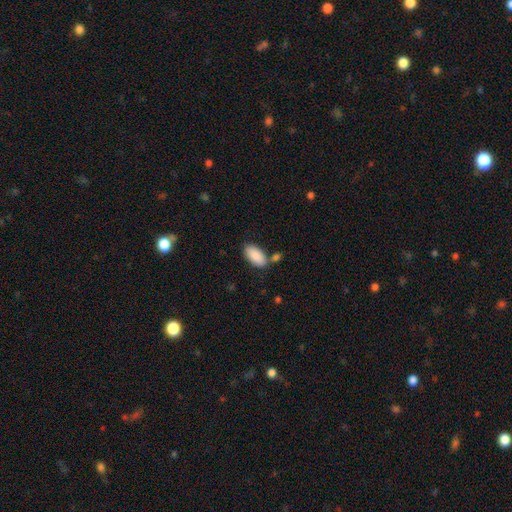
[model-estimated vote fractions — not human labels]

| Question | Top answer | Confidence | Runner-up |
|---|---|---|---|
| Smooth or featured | smooth | 88% | star or artifact (6%) |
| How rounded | in between | 94% | cigar-shaped (4%) |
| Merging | none | 73% | minor disturbance (13%) |